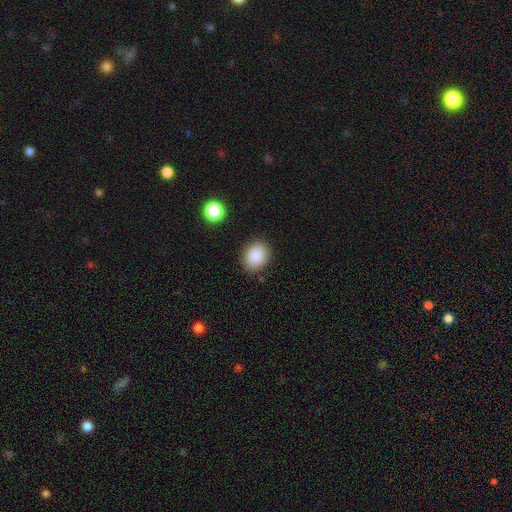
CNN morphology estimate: Smooth or featured? smooth (88%)
How rounded? in between (53%)
Merging? none (86%)